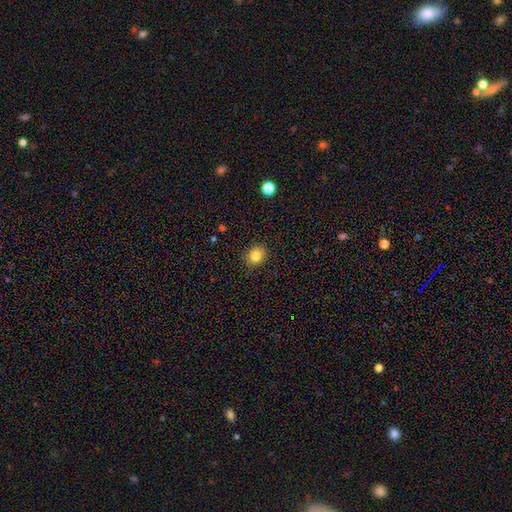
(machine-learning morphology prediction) smooth_or_featured: smooth (p=0.83) [alt: star or artifact p=0.10]
how_rounded: round (p=0.63) [alt: in between p=0.36]
merging: none (p=0.88) [alt: minor disturbance p=0.09]